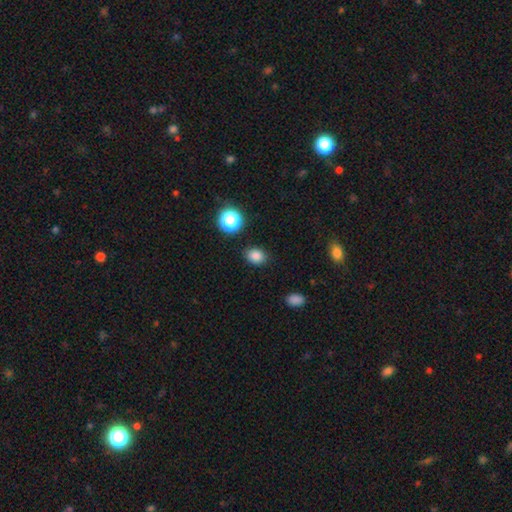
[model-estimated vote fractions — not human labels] Morphology: type=smooth (83%); roundness=in between (60%); merging=none (86%).